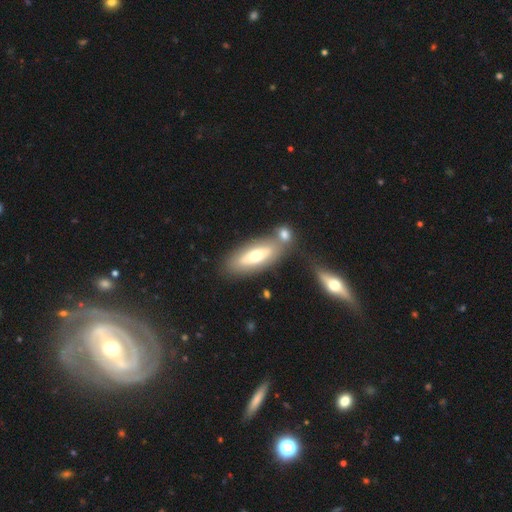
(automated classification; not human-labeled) Overall: smooth (53%; featured or disk 41%). How rounded: in between (71%). Merging: none (59%; merger 25%).